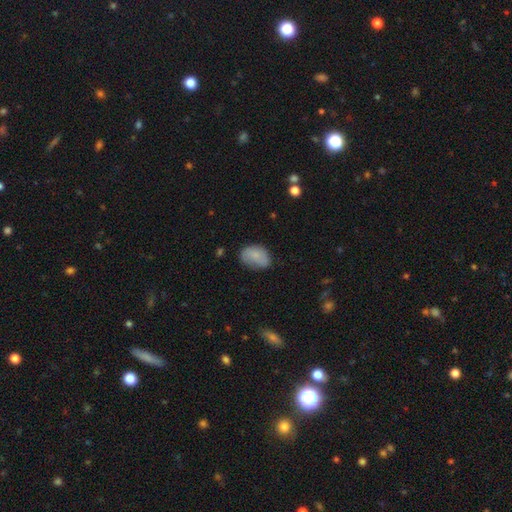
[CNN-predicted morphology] This appears to be a smooth galaxy with no disk features (81%) that is in between round and cigar-shaped (85%). Merging: none (59%).